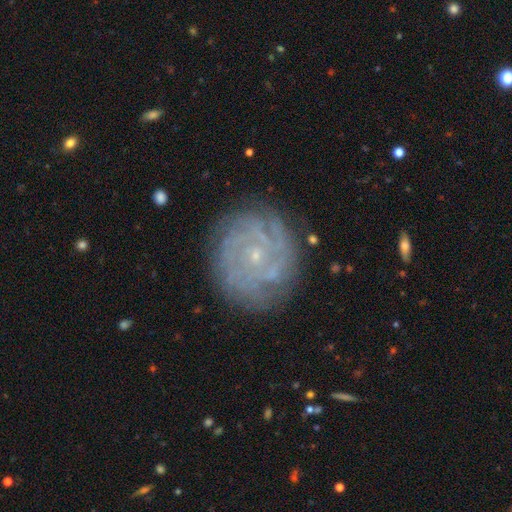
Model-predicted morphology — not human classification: This appears to be a featured or disk galaxy (79%) with no bar (76%), tight (77%) spiral arms (93%) and a small central bulge (85%). Merging: none (82%).